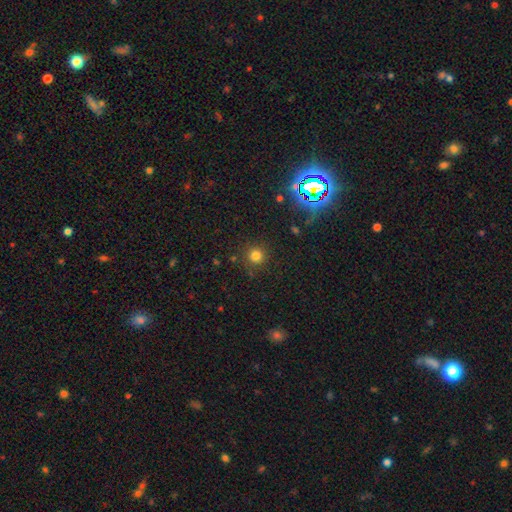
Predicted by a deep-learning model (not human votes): smooth_or_featured: smooth (p=0.77) [alt: star or artifact p=0.18]
how_rounded: round (p=0.94) [alt: in between p=0.05]
merging: none (p=0.87) [alt: minor disturbance p=0.08]